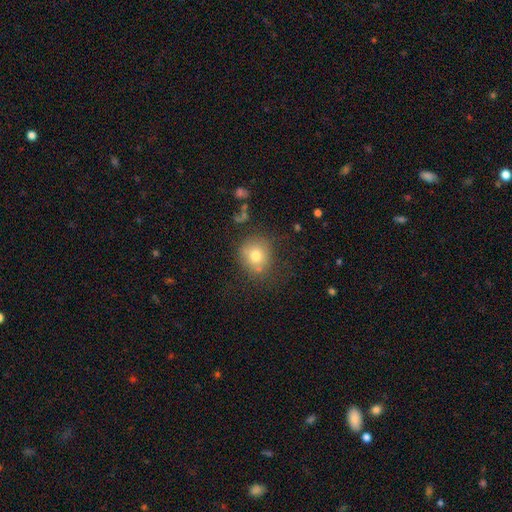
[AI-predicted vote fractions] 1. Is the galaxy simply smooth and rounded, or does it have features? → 75% smooth, 13% featured or disk, 12% star or artifact.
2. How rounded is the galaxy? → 78% round, 21% in between, 1% cigar-shaped.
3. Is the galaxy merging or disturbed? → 69% none, 19% minor disturbance, 8% major disturbance, 4% merger.